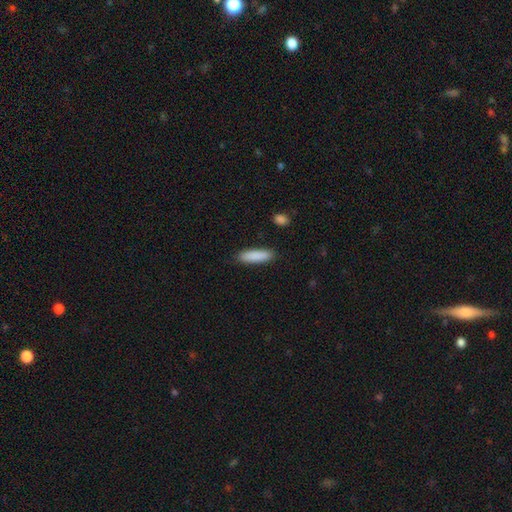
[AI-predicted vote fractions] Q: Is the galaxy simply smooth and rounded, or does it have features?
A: smooth — 88%.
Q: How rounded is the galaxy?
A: cigar-shaped — 65%.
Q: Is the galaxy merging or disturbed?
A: none — 88%.